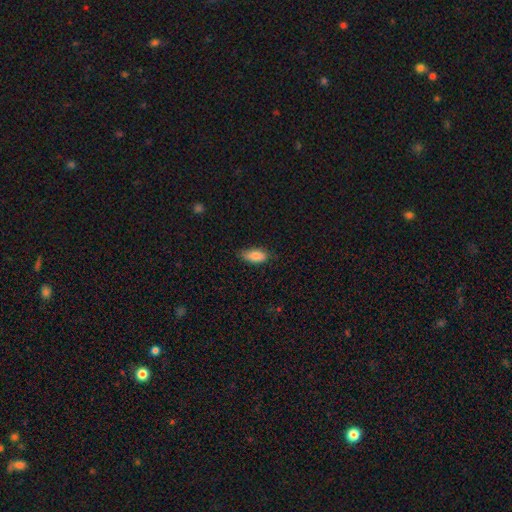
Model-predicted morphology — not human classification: Smooth or featured: smooth — 84% (featured or disk — 9%)
How rounded: in between — 90% (cigar-shaped — 7%)
Merging: none — 75% (minor disturbance — 21%)